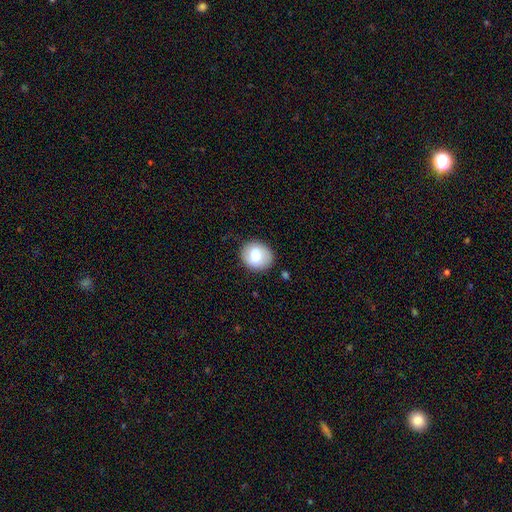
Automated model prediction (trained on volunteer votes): Smooth or featured? Predicted: smooth (p=0.72). How rounded? Predicted: round (p=0.64). Merging? Predicted: none (p=0.83).